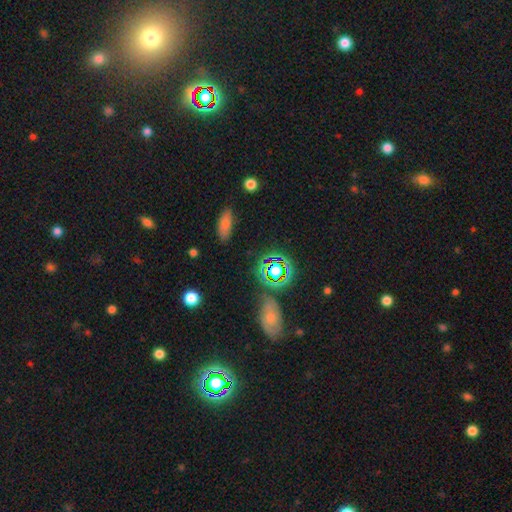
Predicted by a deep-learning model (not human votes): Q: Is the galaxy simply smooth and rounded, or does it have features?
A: star or artifact — 55%.